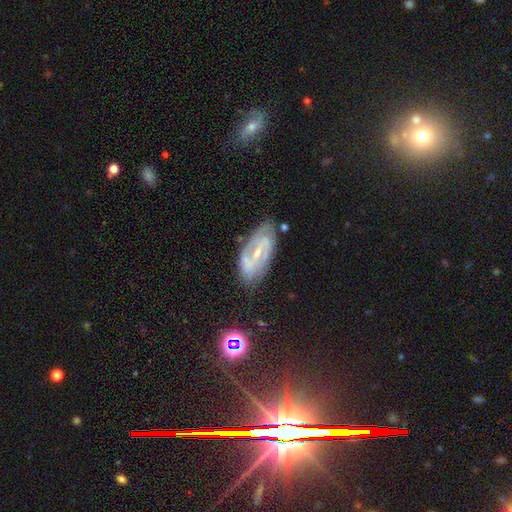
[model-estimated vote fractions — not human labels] Morphology: type=featured or disk (65%); edge-on=no (88%); bar=weak (40%); spiral arms=yes (76%); bulge=small (73%); merging=none (70%).